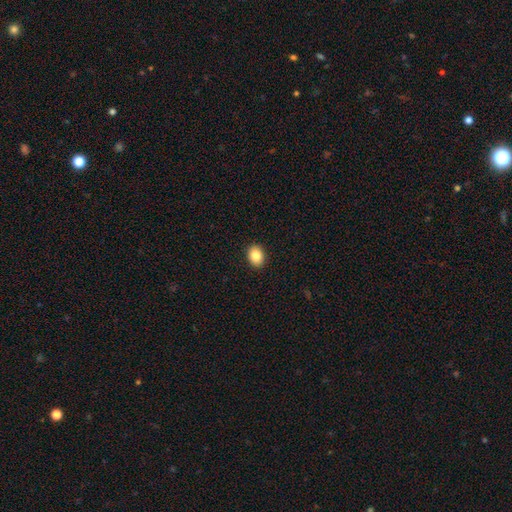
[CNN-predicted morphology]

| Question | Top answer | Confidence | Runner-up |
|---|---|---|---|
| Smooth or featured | smooth | 87% | star or artifact (8%) |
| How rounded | in between | 63% | round (36%) |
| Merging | none | 91% | minor disturbance (6%) |